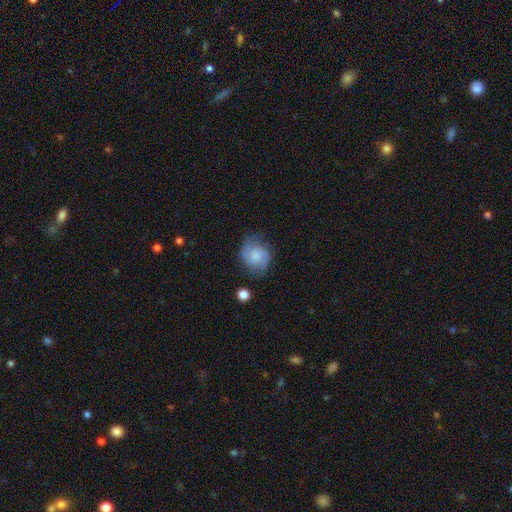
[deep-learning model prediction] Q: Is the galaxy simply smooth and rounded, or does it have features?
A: smooth — 62%.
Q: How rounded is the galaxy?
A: round — 67%.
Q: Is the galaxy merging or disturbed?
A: none — 57%.